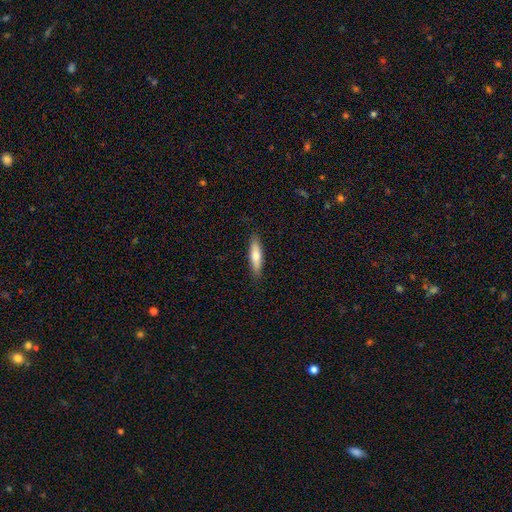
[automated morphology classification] A smooth galaxy with no disk features (71%) that is cigar-shaped (70%).

Vote fractions:
- Smooth or featured? smooth: 71% / featured or disk: 24% / star or artifact: 6%
- How rounded? cigar-shaped: 70% / in between: 28% / round: 2%
- Merging? none: 88% / minor disturbance: 9% / major disturbance: 2% / merger: 1%